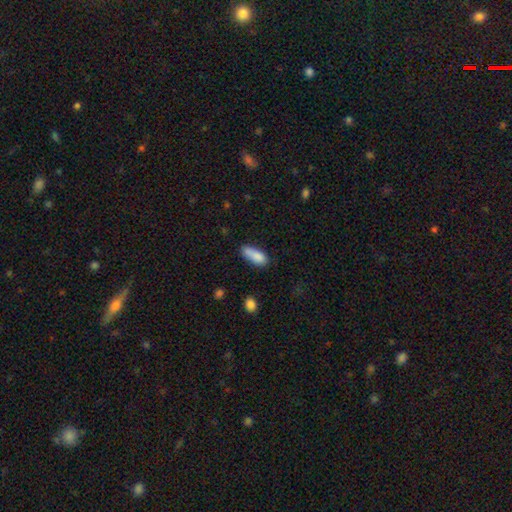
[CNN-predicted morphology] The model was most divided on "merging": none: 55%, minor disturbance: 29%, merger: 9%, major disturbance: 8%. More confident: smooth or featured — smooth (85%); how rounded — in between (69%).